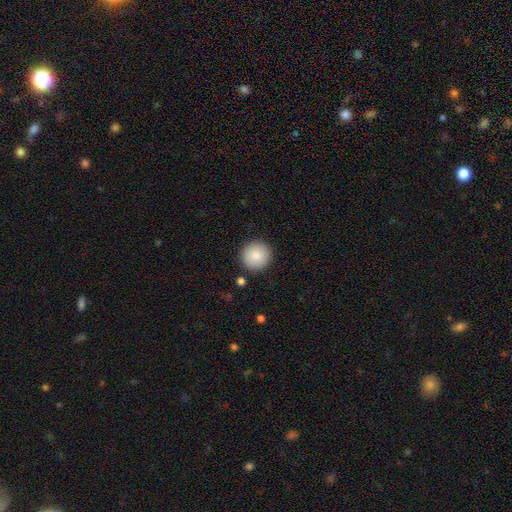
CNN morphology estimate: Smooth or featured?
  - smooth: 87% *
  - star or artifact: 8%
  - featured or disk: 6%
How rounded?
  - round: 95% *
  - in between: 4%
  - cigar-shaped: 1%
Merging?
  - none: 90% *
  - minor disturbance: 6%
  - major disturbance: 2%
  - merger: 2%